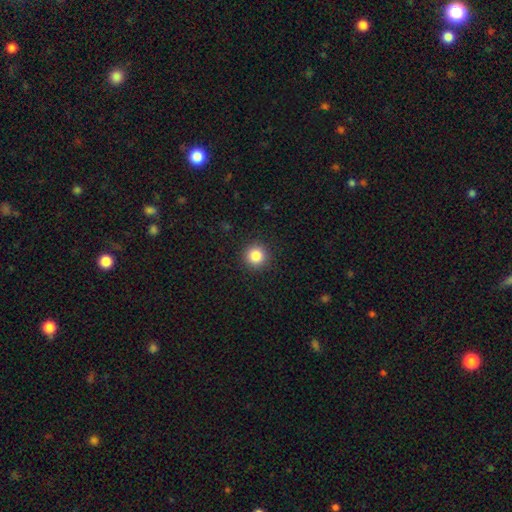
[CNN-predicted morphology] This appears to be a smooth galaxy with no disk features (85%) that is round (95%). Merging: none (92%).